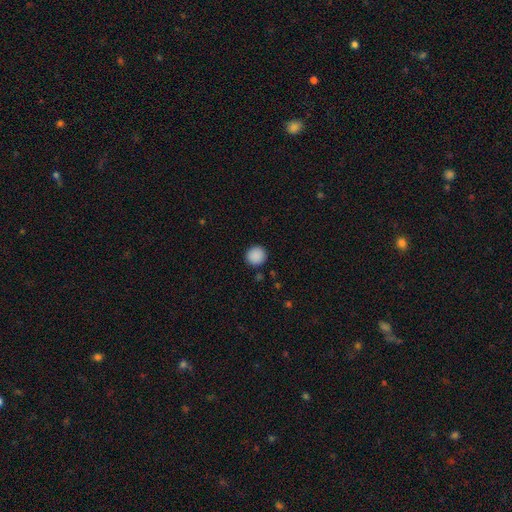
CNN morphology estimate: Overall: smooth (89%). How rounded: round (94%). Merging: none (91%).